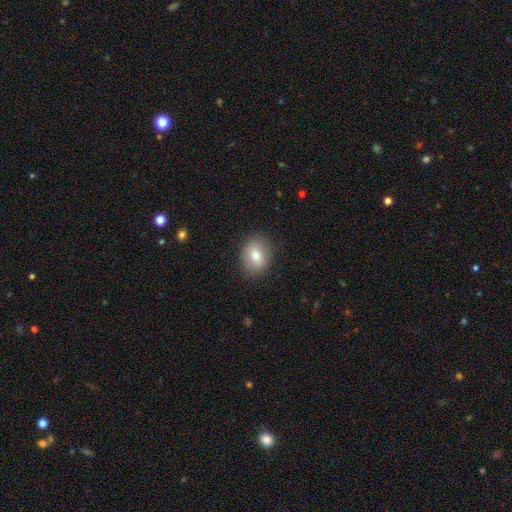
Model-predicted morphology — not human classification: Smooth or featured? smooth (75%)
How rounded? in between (50%)
Merging? none (86%)